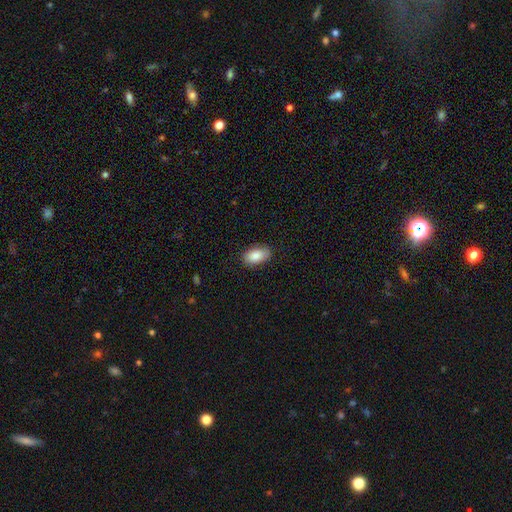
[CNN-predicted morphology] smooth_or_featured: smooth (p=0.86) [alt: featured or disk p=0.07]
how_rounded: in between (p=0.93) [alt: round p=0.05]
merging: none (p=0.85) [alt: minor disturbance p=0.12]